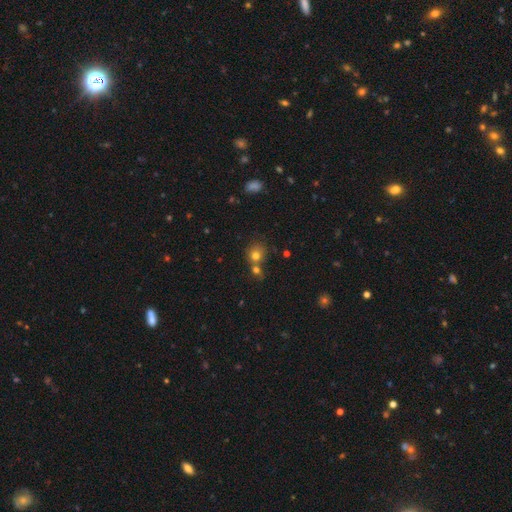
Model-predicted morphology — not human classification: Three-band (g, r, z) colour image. It shows a smooth galaxy with no disk features (74%) that is round (79%). Merging: none (47%).